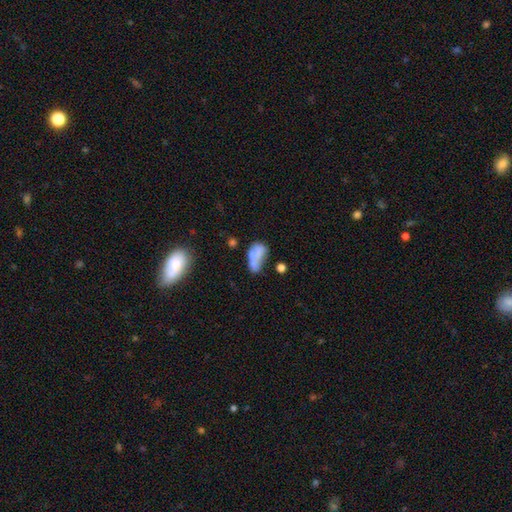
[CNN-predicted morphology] Smooth or featured: smooth — 60% (featured or disk — 28%)
How rounded: in between — 87% (round — 9%)
Merging: merger — 30% (none — 29%)